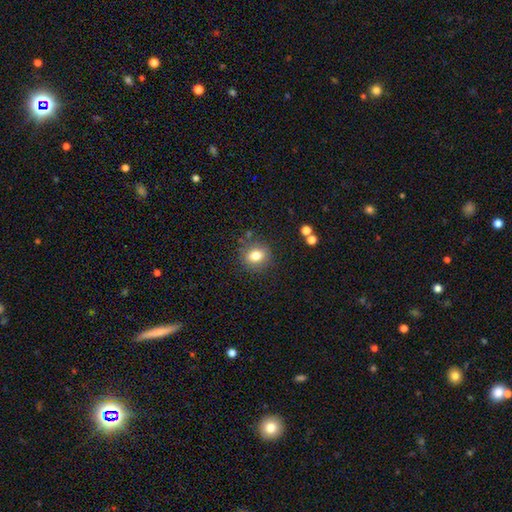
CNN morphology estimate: Q: Smooth or featured?
A: smooth (79%); runner-up: star or artifact (11%)
Q: How rounded?
A: round (63%); runner-up: in between (36%)
Q: Merging?
A: none (83%); runner-up: minor disturbance (11%)